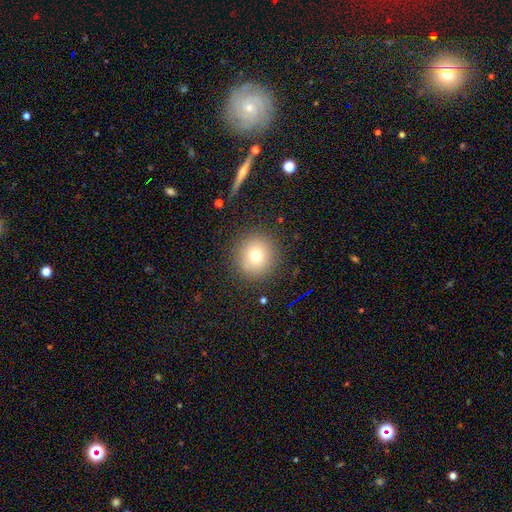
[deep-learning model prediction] smooth_or_featured: smooth (p=0.74) [alt: star or artifact p=0.14]
how_rounded: round (p=0.94) [alt: in between p=0.05]
merging: none (p=0.89) [alt: minor disturbance p=0.07]